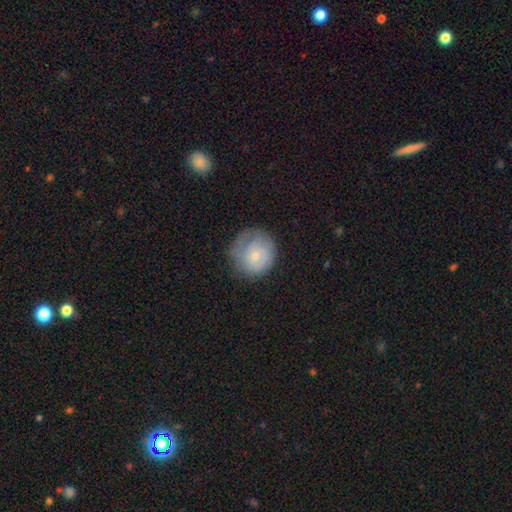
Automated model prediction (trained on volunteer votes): Morphology: type=smooth (54%); roundness=round (89%); merging=none (64%).